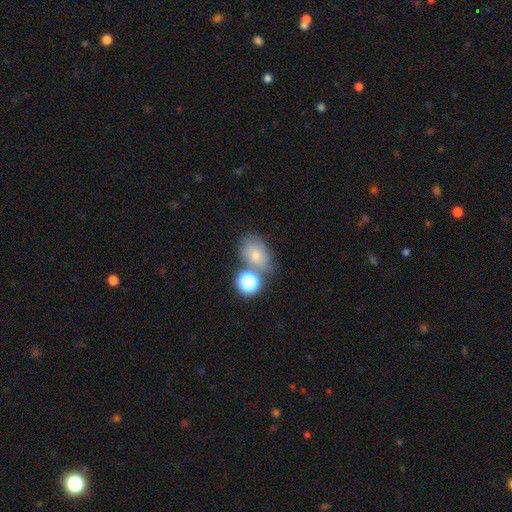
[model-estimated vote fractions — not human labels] Morphology: type=smooth (59%); roundness=in between (65%); merging=none (57%).